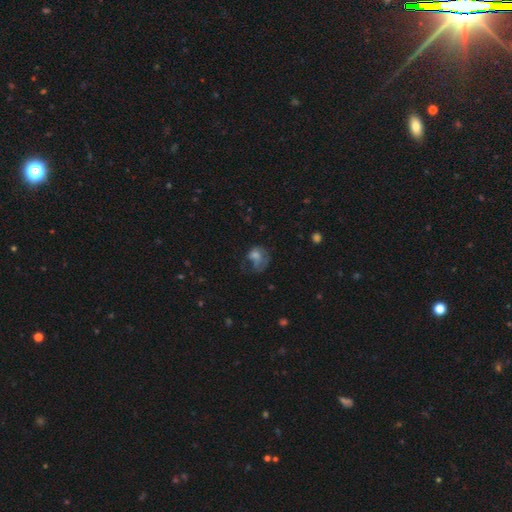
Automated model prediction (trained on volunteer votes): smooth 54%, featured or disk 32%, star or artifact 15%. Down the decision tree: how rounded — in between (52%); merging — major disturbance (45%).